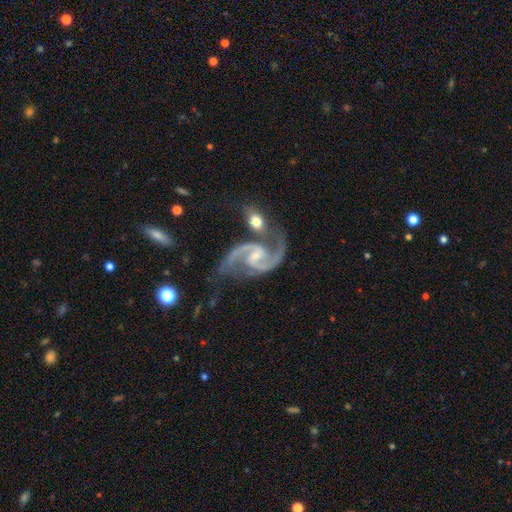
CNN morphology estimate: This is clearly a featured or disk galaxy (94%). It is clearly not viewed edge-on (98%). Bar: possibly weak (51%). Spiral arm pattern: clearly yes (98%). Spiral arm count: clearly 2 (94%). Spiral winding: likely medium (63%). Central bulge: likely small (62%). Merging: possibly none (50%).